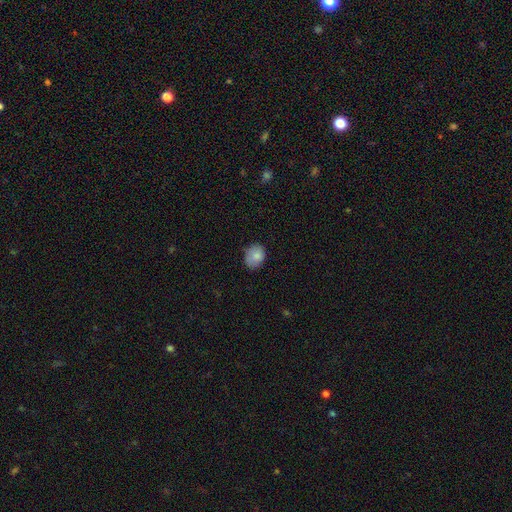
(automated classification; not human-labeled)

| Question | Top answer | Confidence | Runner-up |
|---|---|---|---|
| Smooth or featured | smooth | 84% | star or artifact (8%) |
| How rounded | in between | 51% | round (48%) |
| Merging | none | 68% | minor disturbance (25%) |